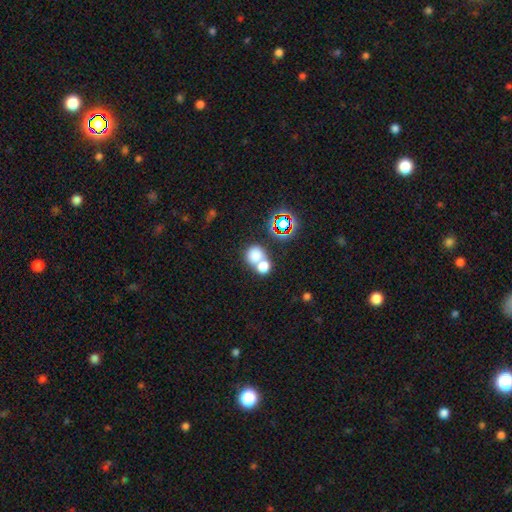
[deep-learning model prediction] A smooth galaxy with no disk features (72%) that is round (77%). Merging: merger (53%).